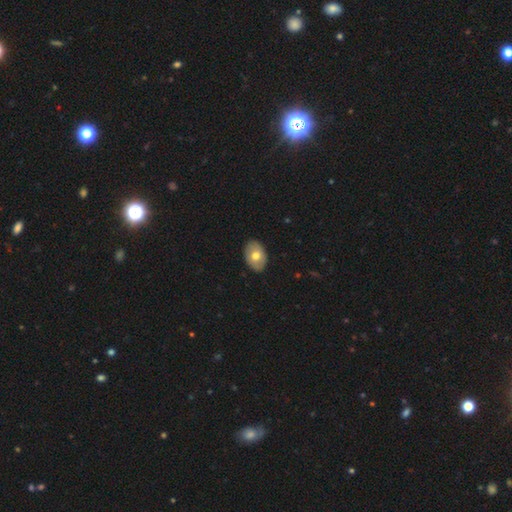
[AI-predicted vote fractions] Q: Smooth or featured?
A: smooth (67%); runner-up: featured or disk (27%)
Q: How rounded?
A: in between (86%); runner-up: round (13%)
Q: Merging?
A: none (88%); runner-up: minor disturbance (10%)